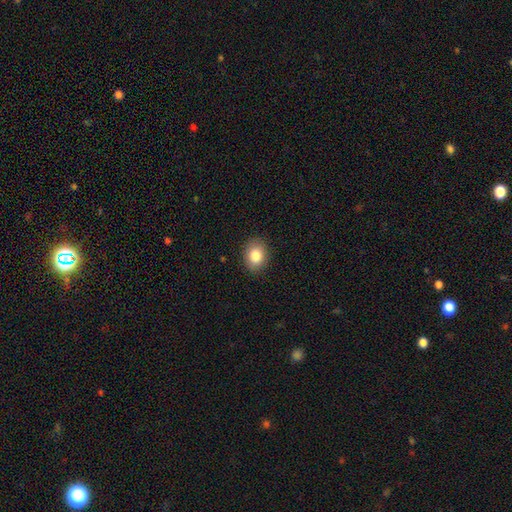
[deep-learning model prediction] This appears to be a smooth galaxy with no disk features (84%) that is in between round and cigar-shaped (59%). Merging: none (88%).